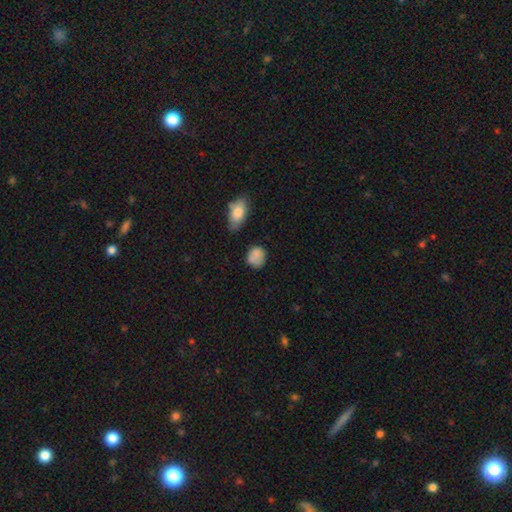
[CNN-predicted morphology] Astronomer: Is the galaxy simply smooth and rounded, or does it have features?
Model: smooth — 83%.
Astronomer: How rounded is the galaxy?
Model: round — 69%.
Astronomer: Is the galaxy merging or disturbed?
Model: none — 63%.